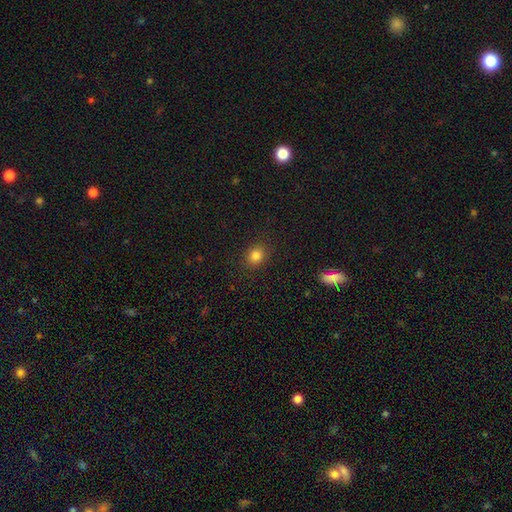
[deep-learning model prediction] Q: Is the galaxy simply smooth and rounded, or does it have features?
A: smooth — 83%.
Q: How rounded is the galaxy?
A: round — 65%.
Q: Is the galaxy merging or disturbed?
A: none — 88%.